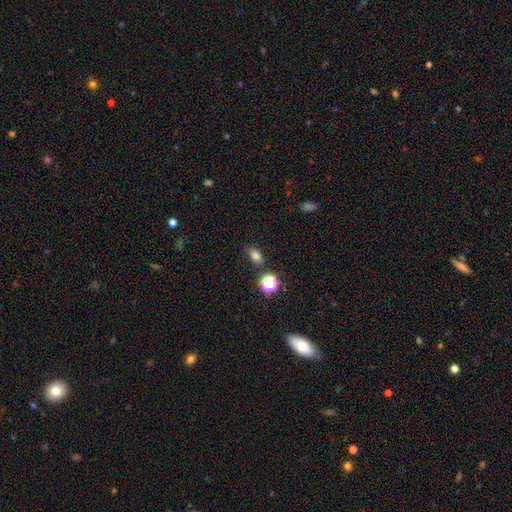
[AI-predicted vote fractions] Smooth or featured: smooth — 77% (star or artifact — 17%)
How rounded: in between — 73% (round — 25%)
Merging: none — 79% (minor disturbance — 13%)